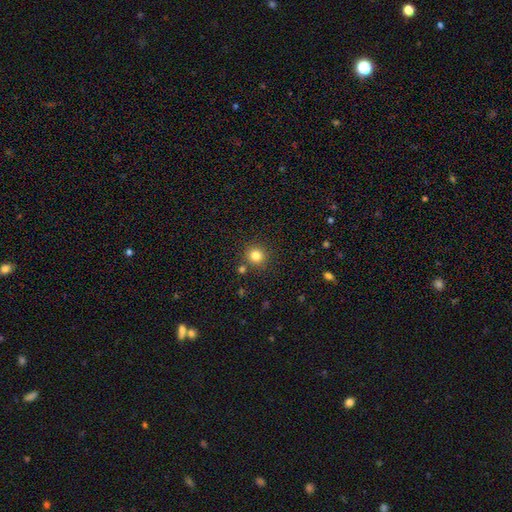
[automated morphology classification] This is clearly a smooth galaxy (82%). How rounded: clearly round (92%). Merging: clearly none (84%).